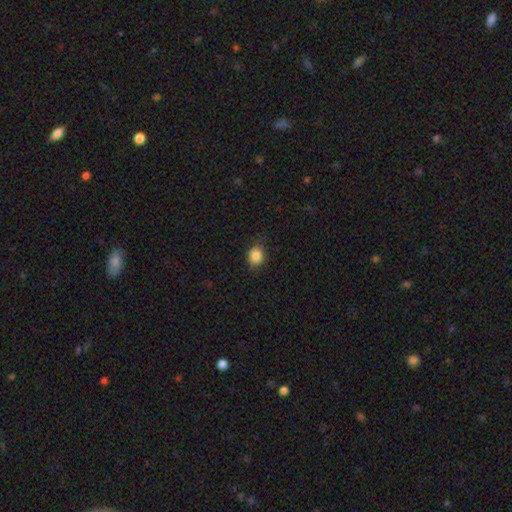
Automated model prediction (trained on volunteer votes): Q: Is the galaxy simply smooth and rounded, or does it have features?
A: smooth — 85%.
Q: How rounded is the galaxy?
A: round — 70%.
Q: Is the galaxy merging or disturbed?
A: none — 80%.